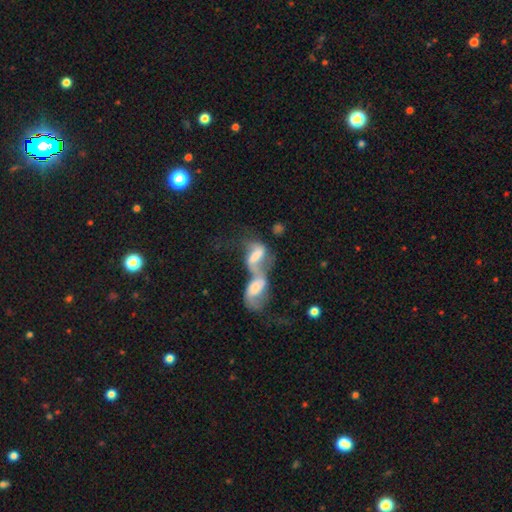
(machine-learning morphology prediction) type=featured or disk (56%); edge-on=no (94%); bar=strong (38%); spiral arms=yes (68%); bulge=moderate (32%); merging=merger (81%).